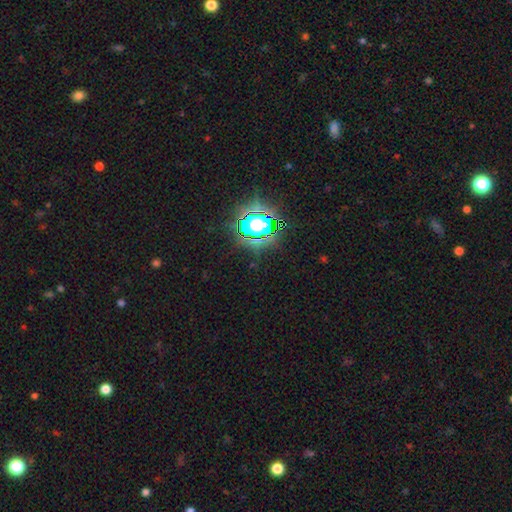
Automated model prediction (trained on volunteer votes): Smooth or featured?
  - star or artifact: 79% *
  - smooth: 14%
  - featured or disk: 8%